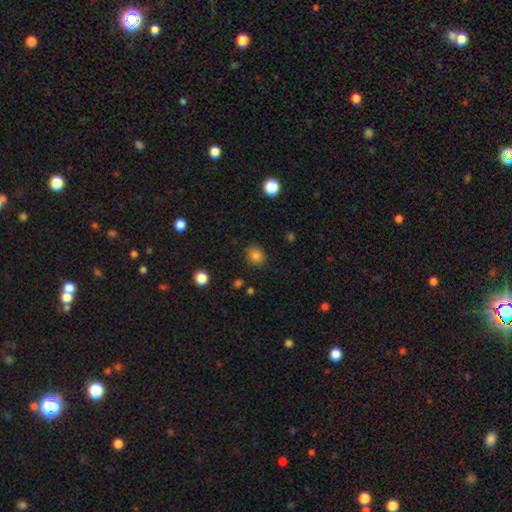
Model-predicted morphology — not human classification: A smooth galaxy with no disk features (83%) that is round (78%). Merging: none (87%).